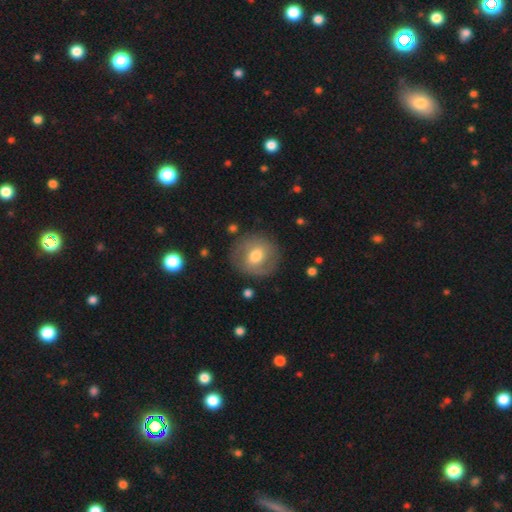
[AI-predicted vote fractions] Q: Smooth or featured?
A: smooth (54%); runner-up: featured or disk (39%)
Q: How rounded?
A: round (88%); runner-up: in between (11%)
Q: Merging?
A: none (82%); runner-up: minor disturbance (11%)